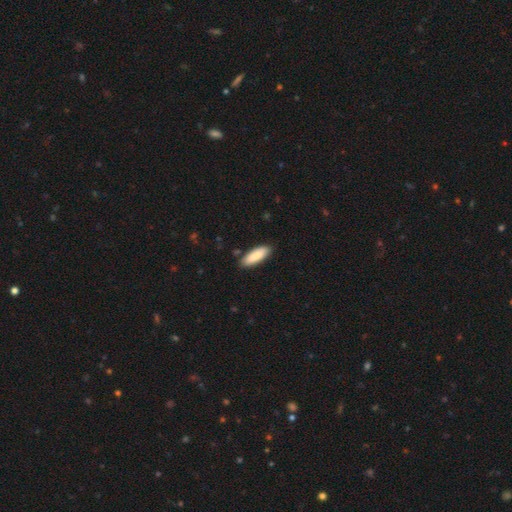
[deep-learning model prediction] Smooth or featured? smooth (86%)
How rounded? in between (60%)
Merging? none (86%)